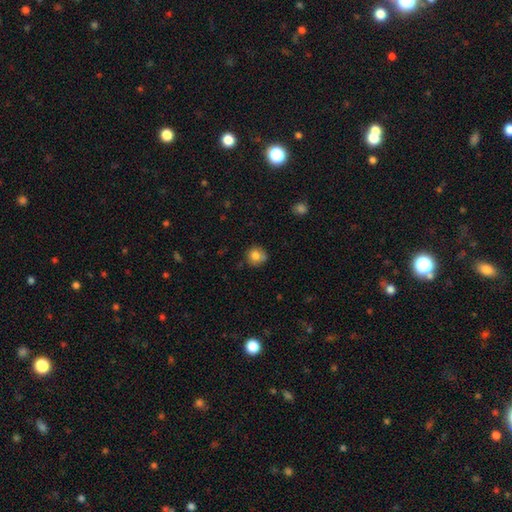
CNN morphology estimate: A smooth galaxy with no disk features (80%) that is round (88%). Merging: none (72%).